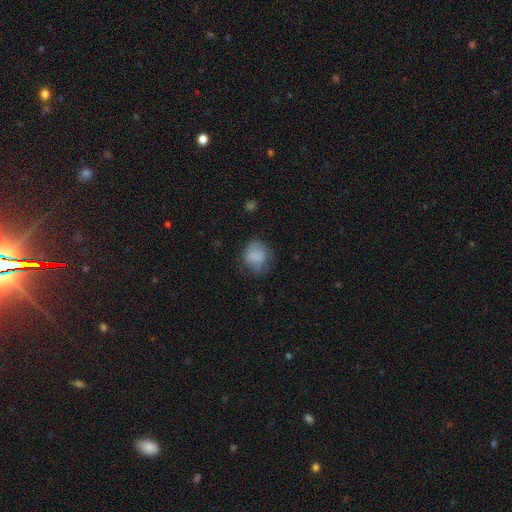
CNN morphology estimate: smooth 80%, featured or disk 11%, star or artifact 9%. Down the decision tree: how rounded — round (70%); merging — none (58%).